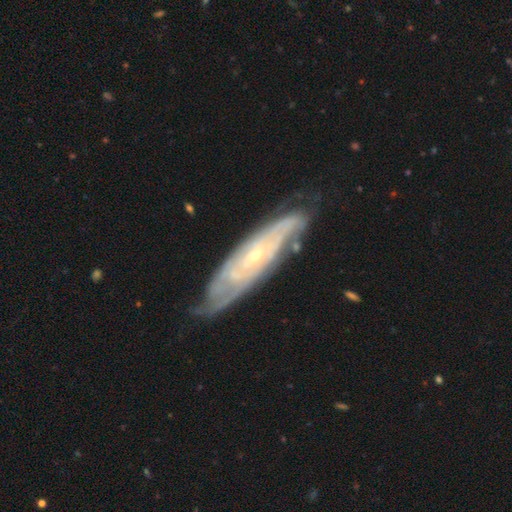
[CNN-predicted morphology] A featured or disk galaxy (84%) with no bar (70%), tight (69%) spiral arms (93%) and a small central bulge (79%).

Vote fractions:
- Smooth or featured? featured or disk: 84% / smooth: 10% / star or artifact: 5%
- Edge-on disk? no: 79% / yes: 21%
- Bar? no: 70% / weak: 23% / strong: 8%
- Spiral arms? yes: 93% / no: 7%
- Spiral winding? tight: 69% / medium: 25% / loose: 6%
- Spiral arm count? can't tell: 46% / 2: 21% / 3: 13% / 4: 10% / more than 4: 5% / 1: 5%
- Bulge size? small: 79% / moderate: 18% / none: 1% / large: 1% / dominant: 1%
- Merging? none: 73% / minor disturbance: 20% / major disturbance: 5% / merger: 2%